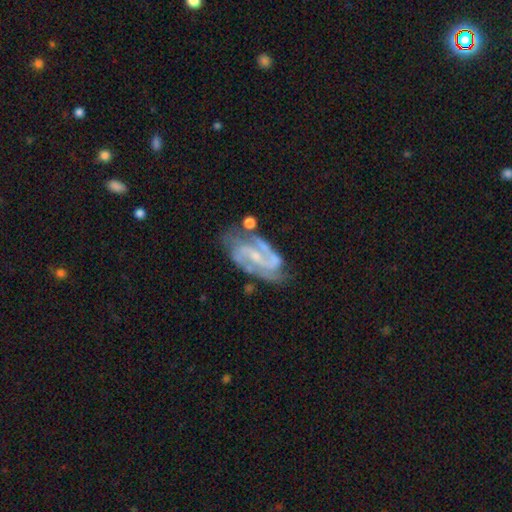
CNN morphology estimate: Q: Smooth or featured?
A: featured or disk (89%); runner-up: smooth (6%)
Q: Edge-on disk?
A: no (96%); runner-up: yes (4%)
Q: Bar?
A: weak (44%); runner-up: no (28%)
Q: Spiral arms?
A: yes (97%); runner-up: no (3%)
Q: Spiral winding?
A: medium (53%); runner-up: tight (31%)
Q: Spiral arm count?
A: 2 (74%); runner-up: 3 (13%)
Q: Bulge size?
A: small (68%); runner-up: moderate (22%)
Q: Merging?
A: none (62%); runner-up: minor disturbance (22%)